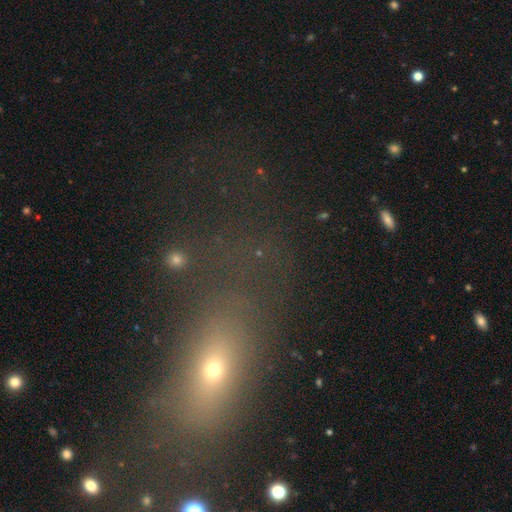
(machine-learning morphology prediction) Overall: smooth (47%; star or artifact 33%). Merging: none (53%; major disturbance 23%).